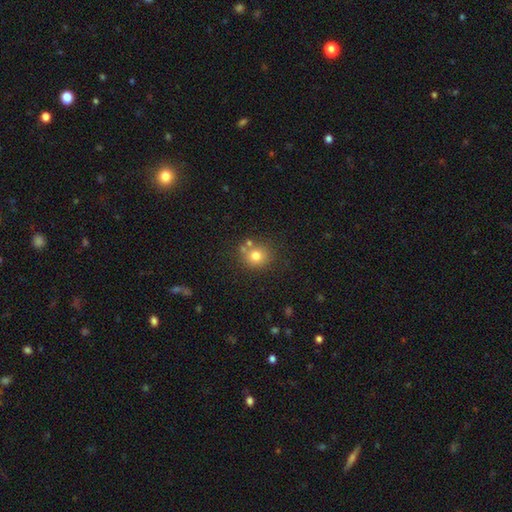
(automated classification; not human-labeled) smooth 75%, star or artifact 14%, featured or disk 11%. Down the decision tree: how rounded — round (84%); merging — none (66%).